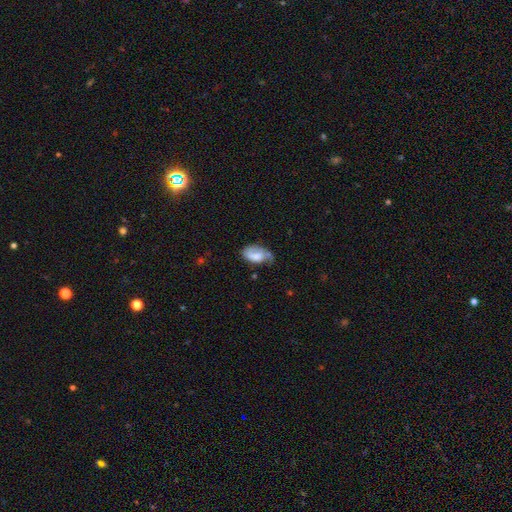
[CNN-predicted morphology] Smooth or featured: smooth — 47% (featured or disk — 45%)
Merging: none — 41% (minor disturbance — 34%)